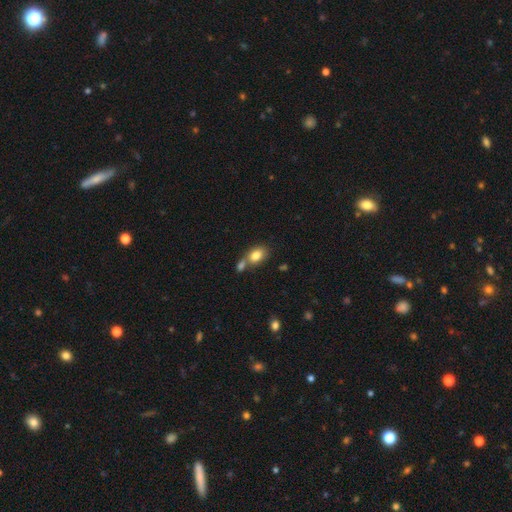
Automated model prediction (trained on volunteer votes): This appears to be a smooth galaxy with no disk features (81%) that is in between round and cigar-shaped (80%). Merging: none (43%).